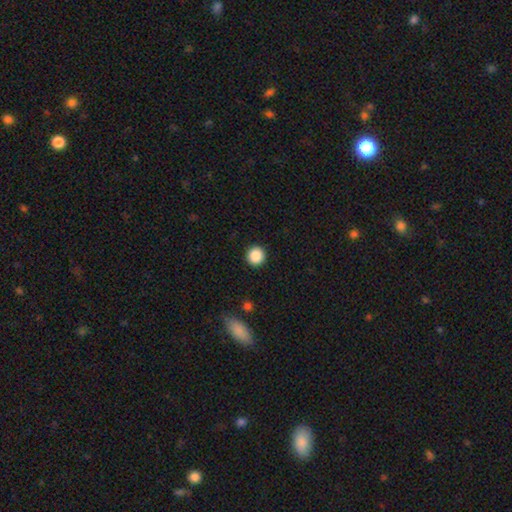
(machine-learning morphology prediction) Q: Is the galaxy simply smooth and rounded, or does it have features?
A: smooth — 87%.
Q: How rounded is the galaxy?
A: round — 95%.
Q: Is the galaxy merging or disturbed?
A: none — 92%.